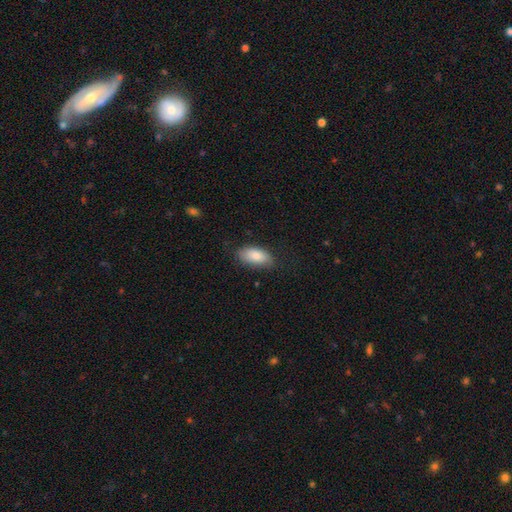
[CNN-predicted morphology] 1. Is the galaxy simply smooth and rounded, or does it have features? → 81% smooth, 12% featured or disk, 6% star or artifact.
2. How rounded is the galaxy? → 92% in between, 5% cigar-shaped, 3% round.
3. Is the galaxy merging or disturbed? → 75% none, 19% minor disturbance, 5% major disturbance, 1% merger.